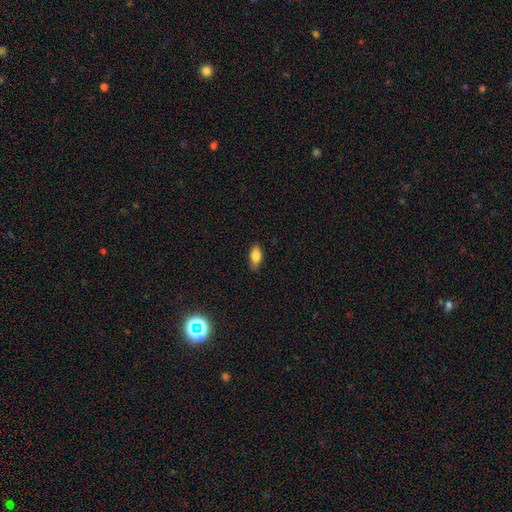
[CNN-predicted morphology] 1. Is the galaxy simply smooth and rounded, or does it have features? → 83% smooth, 10% featured or disk, 7% star or artifact.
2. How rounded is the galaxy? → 88% in between, 8% cigar-shaped, 4% round.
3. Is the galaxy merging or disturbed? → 82% none, 14% minor disturbance, 2% major disturbance, 1% merger.